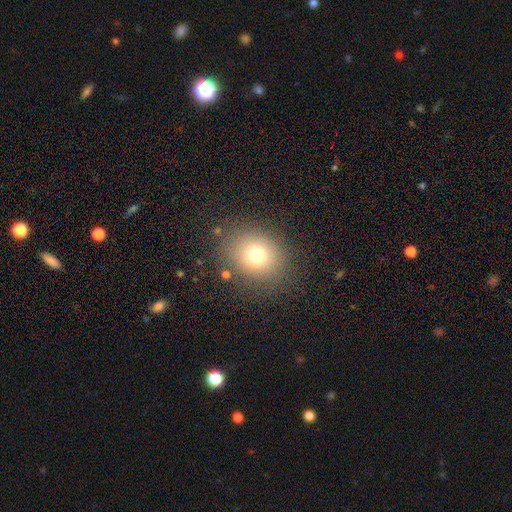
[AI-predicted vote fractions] Overall: smooth (73%). How rounded: round (73%). Merging: none (82%).